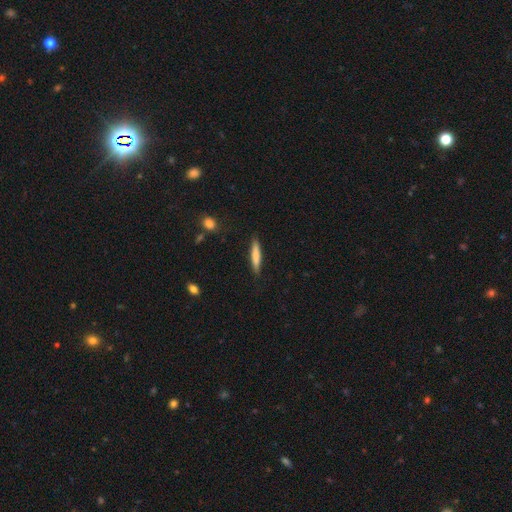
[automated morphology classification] This appears to be a smooth galaxy with no disk features (76%) that is cigar-shaped (91%). Merging: none (87%).